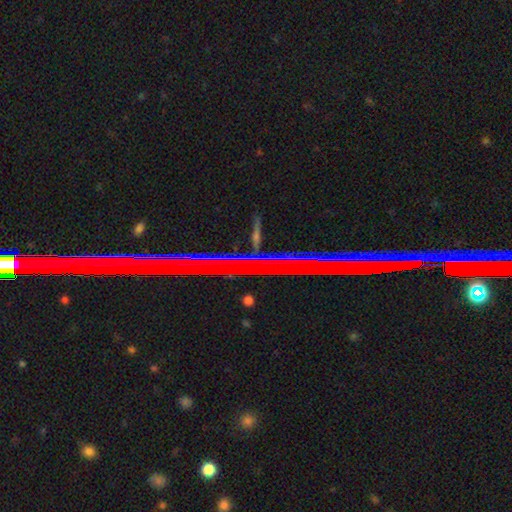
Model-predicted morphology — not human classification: Overall: star or artifact (79%).